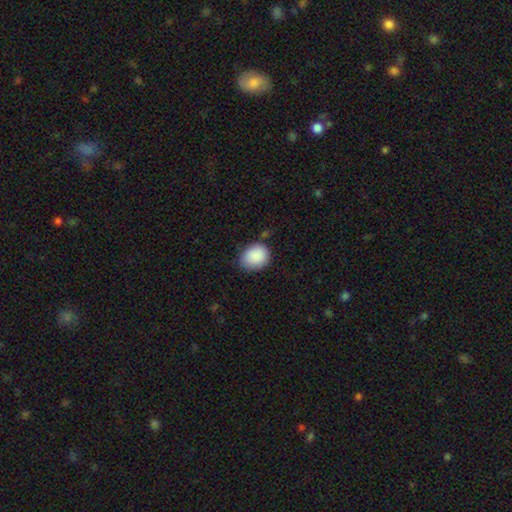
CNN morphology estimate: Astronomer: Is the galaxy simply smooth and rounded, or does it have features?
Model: smooth — 89%.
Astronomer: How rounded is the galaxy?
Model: round — 52% (runner-up: in between, 48%).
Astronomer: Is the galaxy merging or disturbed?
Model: none — 69%.